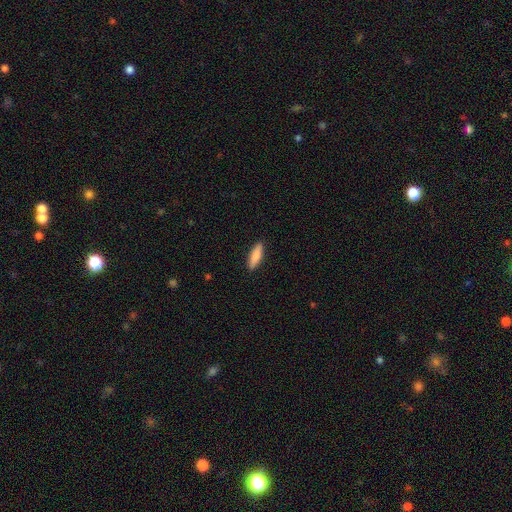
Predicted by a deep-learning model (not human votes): A smooth galaxy with no disk features (84%) that is cigar-shaped (63%). Merging: none (90%).